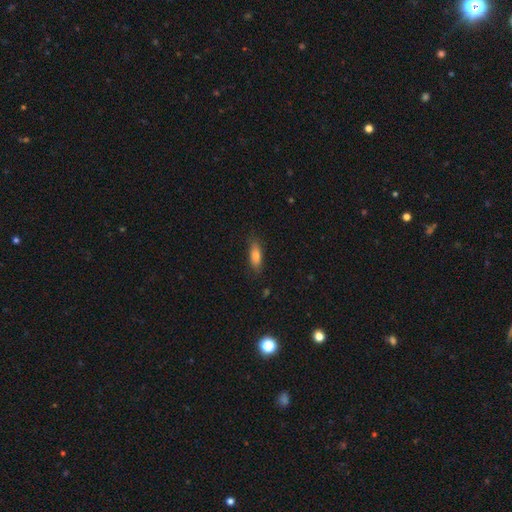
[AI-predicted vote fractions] A smooth galaxy with no disk features (79%) that is in between round and cigar-shaped (66%). Merging: none (81%).